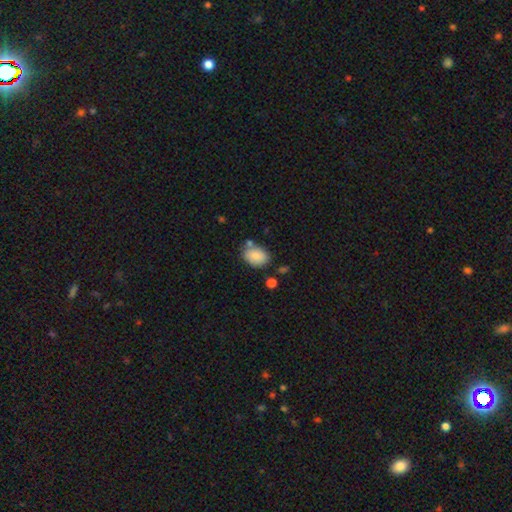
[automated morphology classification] Q: Smooth or featured?
A: smooth (86%); runner-up: star or artifact (7%)
Q: How rounded?
A: in between (79%); runner-up: round (20%)
Q: Merging?
A: none (70%); runner-up: minor disturbance (17%)